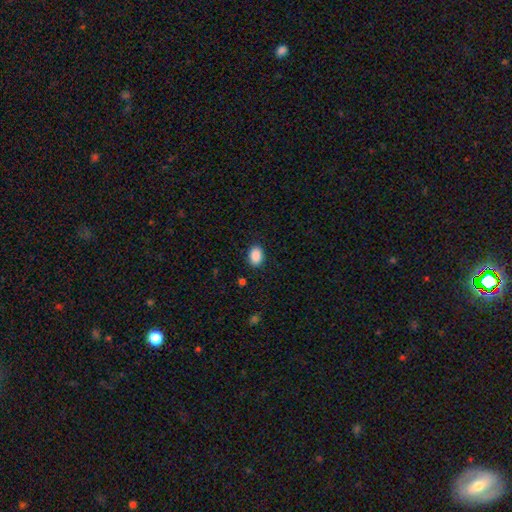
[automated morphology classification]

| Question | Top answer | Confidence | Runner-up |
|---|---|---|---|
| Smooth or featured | smooth | 90% | star or artifact (8%) |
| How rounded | in between | 81% | round (18%) |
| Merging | none | 88% | minor disturbance (8%) |